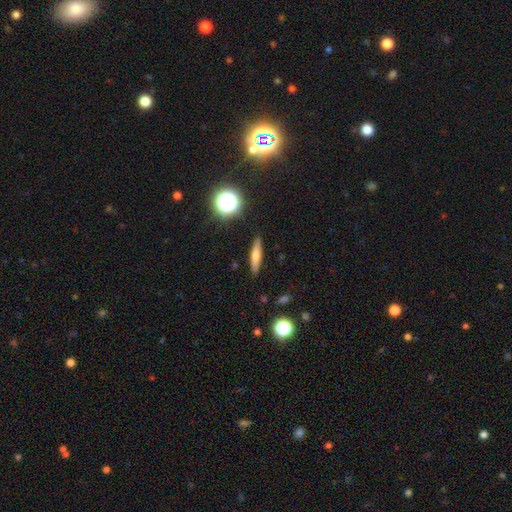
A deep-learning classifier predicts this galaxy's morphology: The model was most divided on "smooth or featured": smooth: 60%, featured or disk: 29%, star or artifact: 10%. More confident: merging — none (88%); how rounded — cigar-shaped (82%).